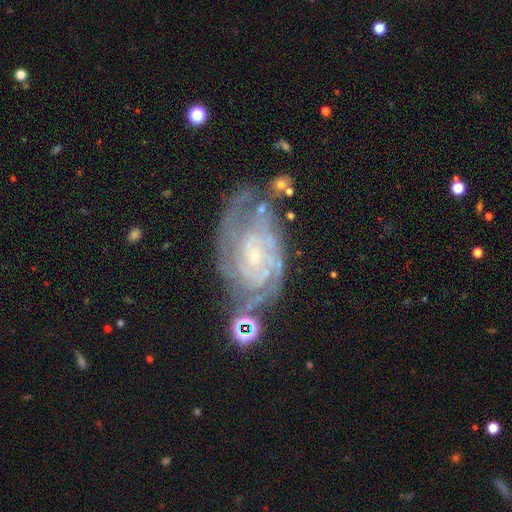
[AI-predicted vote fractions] Smooth or featured: featured or disk — 85% (star or artifact — 7%)
Edge-on disk: no — 96% (yes — 4%)
Bar: no — 68% (weak — 25%)
Spiral arms: yes — 96% (no — 4%)
Spiral winding: tight — 70% (medium — 25%)
Spiral arm count: can't tell — 31% (2 — 24%)
Bulge size: small — 79% (moderate — 14%)
Merging: none — 58% (minor disturbance — 24%)